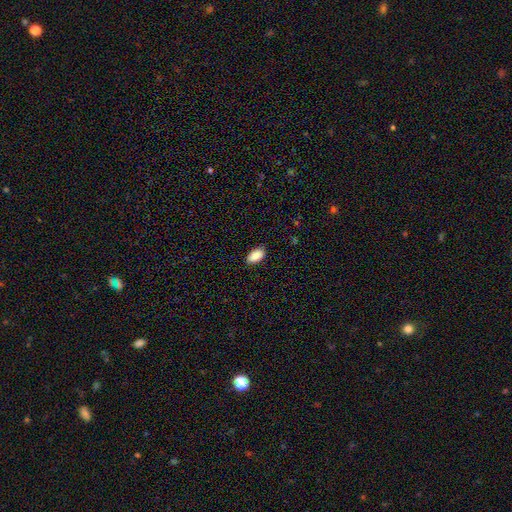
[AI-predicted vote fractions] Smooth or featured? Predicted: smooth (p=0.89). How rounded? Predicted: in between (p=0.94). Merging? Predicted: none (p=0.86).